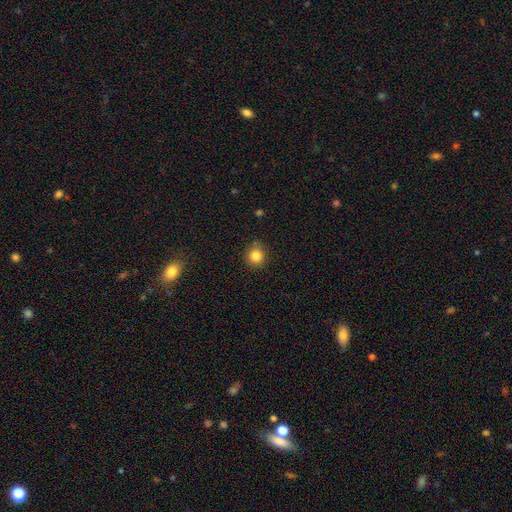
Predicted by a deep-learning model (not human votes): A smooth galaxy with no disk features (83%) that is round (86%).

Vote fractions:
- Smooth or featured? smooth: 83% / star or artifact: 11% / featured or disk: 5%
- How rounded? round: 86% / in between: 13% / cigar-shaped: 1%
- Merging? none: 84% / minor disturbance: 12% / major disturbance: 3% / merger: 2%